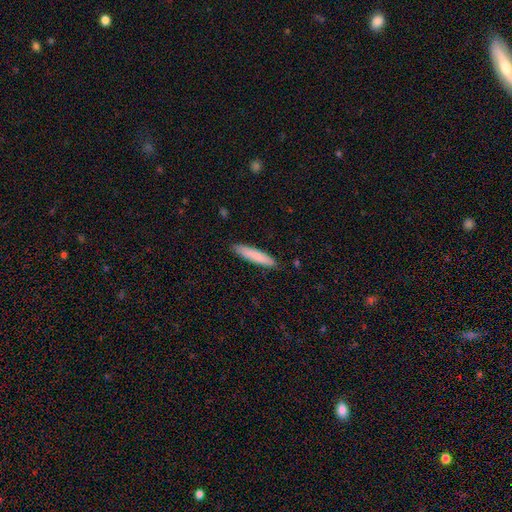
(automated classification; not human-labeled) Smooth or featured: smooth — 82% (featured or disk — 13%)
How rounded: cigar-shaped — 90% (in between — 9%)
Merging: none — 89% (minor disturbance — 8%)